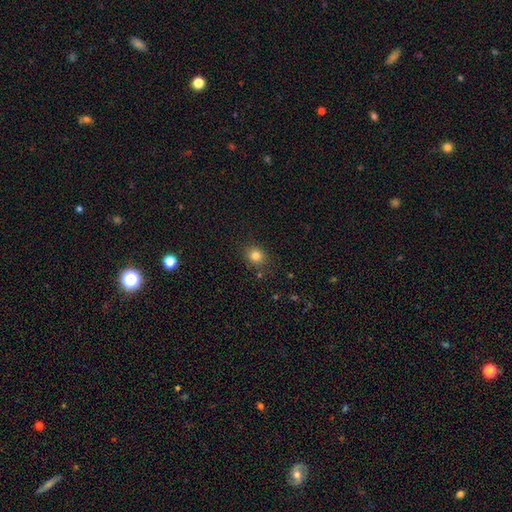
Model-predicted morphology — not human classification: Smooth or featured: smooth — 81% (star or artifact — 13%)
How rounded: round — 75% (in between — 24%)
Merging: none — 84% (minor disturbance — 10%)